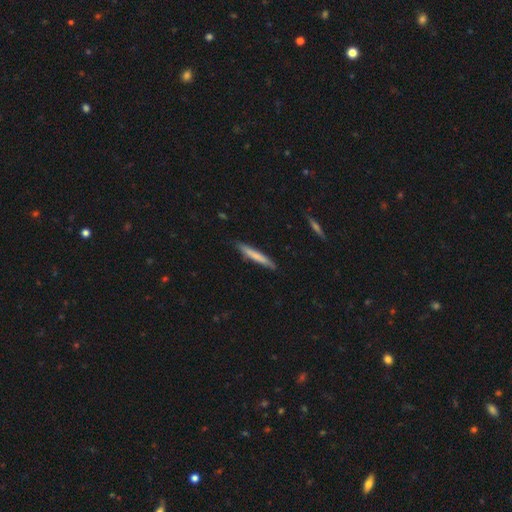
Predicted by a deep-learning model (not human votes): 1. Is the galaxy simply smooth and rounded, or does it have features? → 70% smooth, 25% featured or disk, 5% star or artifact.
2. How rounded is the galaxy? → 95% cigar-shaped, 4% in between, 1% round.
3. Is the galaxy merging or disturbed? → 86% none, 10% minor disturbance, 2% major disturbance, 1% merger.